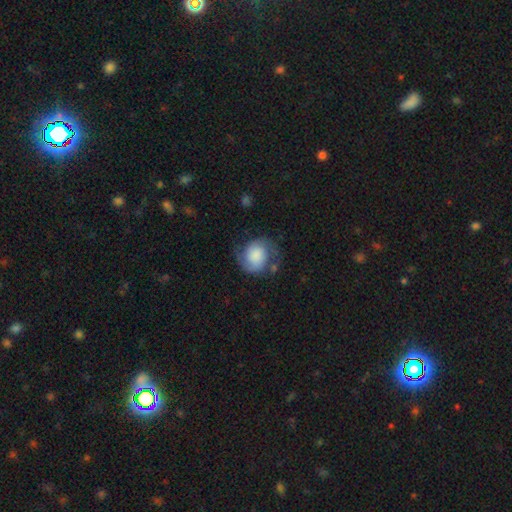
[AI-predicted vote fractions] Smooth or featured: featured or disk — 66% (smooth — 26%)
Edge-on disk: no — 98% (yes — 2%)
Bar: no — 73% (weak — 23%)
Spiral arms: yes — 94% (no — 6%)
Spiral winding: medium — 46% (tight — 28%)
Spiral arm count: 2 — 90% (can't tell — 4%)
Bulge size: large — 31% (none — 21%)
Merging: none — 66% (minor disturbance — 21%)